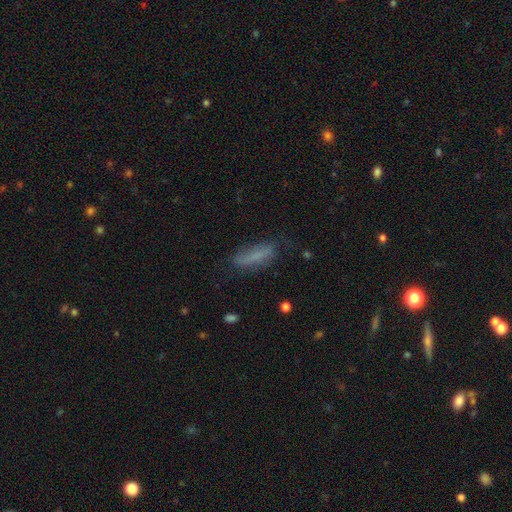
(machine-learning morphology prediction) smooth_or_featured: smooth (p=0.65) [alt: featured or disk p=0.25]
how_rounded: cigar-shaped (p=0.59) [alt: in between p=0.38]
merging: none (p=0.63) [alt: minor disturbance p=0.24]